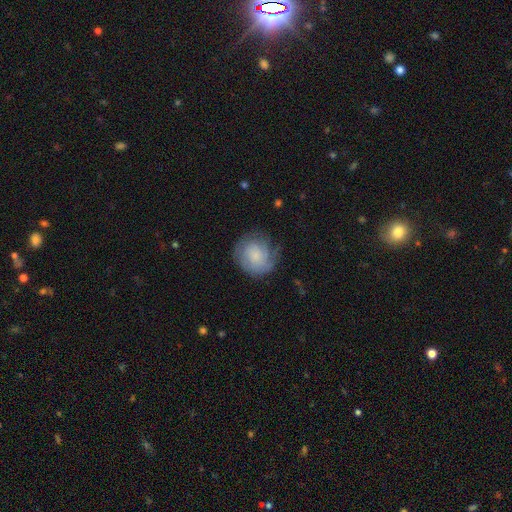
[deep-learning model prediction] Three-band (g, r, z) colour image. It shows a featured or disk galaxy (48%). Merging: none (68%).